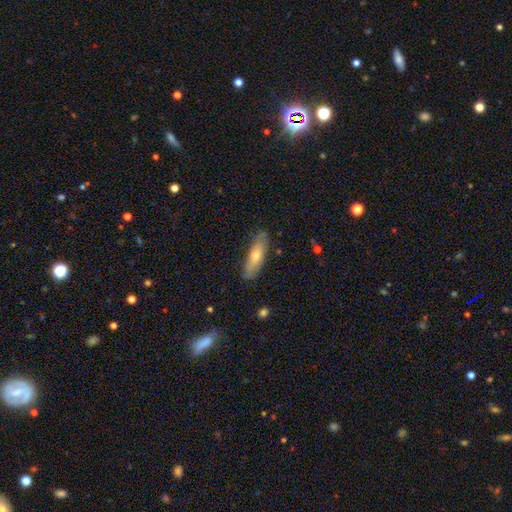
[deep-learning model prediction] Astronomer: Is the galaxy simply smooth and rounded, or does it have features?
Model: smooth — 56% (runner-up: featured or disk, 37%).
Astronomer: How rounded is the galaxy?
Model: cigar-shaped — 56% (runner-up: in between, 42%).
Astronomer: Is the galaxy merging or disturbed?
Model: none — 82%.